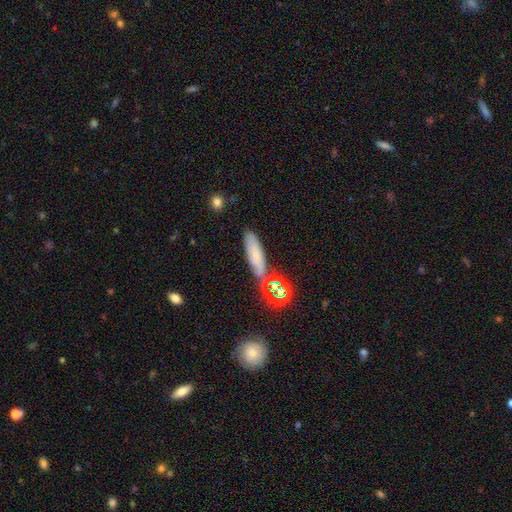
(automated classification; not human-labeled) Morphology: type=smooth (57%); roundness=cigar-shaped (57%); merging=none (66%).